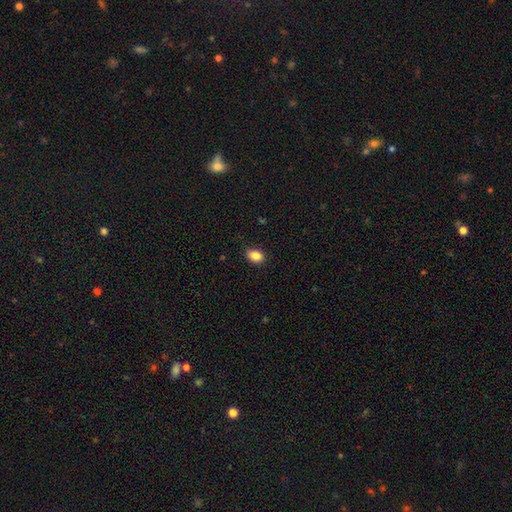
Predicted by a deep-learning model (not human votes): Smooth or featured? Predicted: smooth (p=0.86). How rounded? Predicted: in between (p=0.78). Merging? Predicted: none (p=0.88).